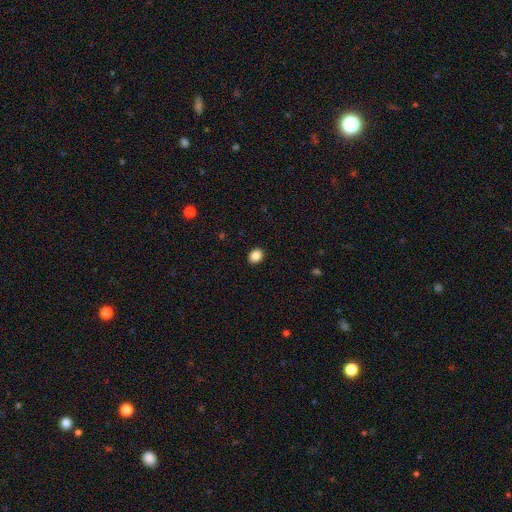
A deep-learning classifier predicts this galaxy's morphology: Q: Smooth or featured?
A: smooth (86%); runner-up: star or artifact (10%)
Q: How rounded?
A: round (56%); runner-up: in between (43%)
Q: Merging?
A: none (91%); runner-up: minor disturbance (6%)